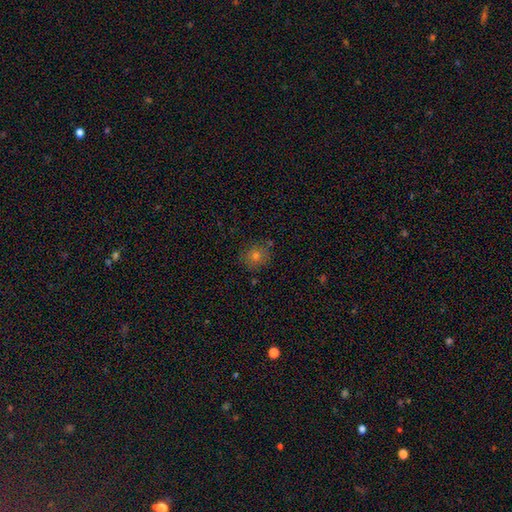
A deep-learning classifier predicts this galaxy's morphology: Smooth or featured? Predicted: smooth (p=0.69). How rounded? Predicted: round (p=0.87). Merging? Predicted: none (p=0.82).